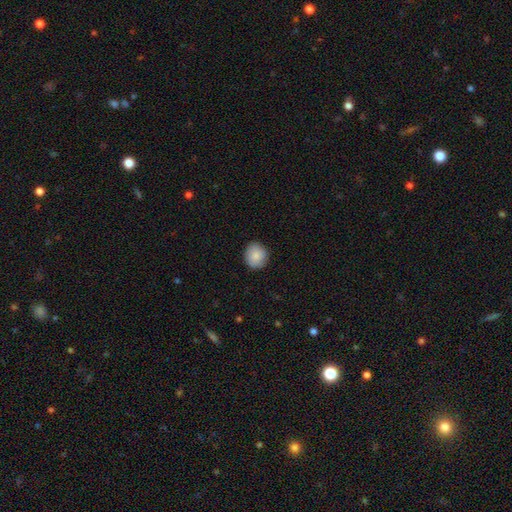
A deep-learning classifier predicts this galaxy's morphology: The model was most divided on "how rounded": round: 79%, in between: 20%, cigar-shaped: 1%. More confident: merging — none (87%); smooth or featured — smooth (85%).